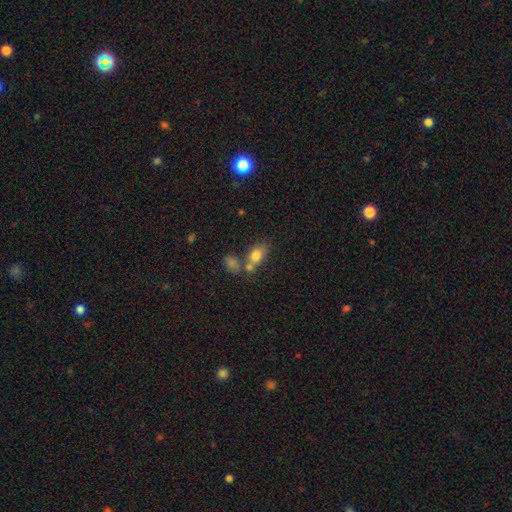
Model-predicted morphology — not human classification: This is likely a smooth galaxy (78%). How rounded: likely in between (78%). Merging: marginally none (40%, tied with merger).